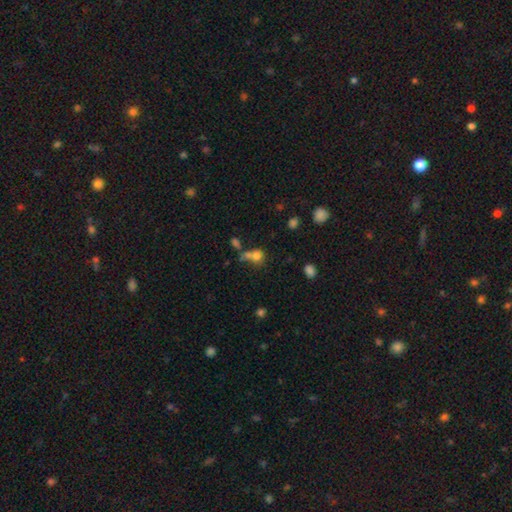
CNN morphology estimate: This appears to be a smooth galaxy with no disk features (75%) that is round (74%). Merging: merger (44%).